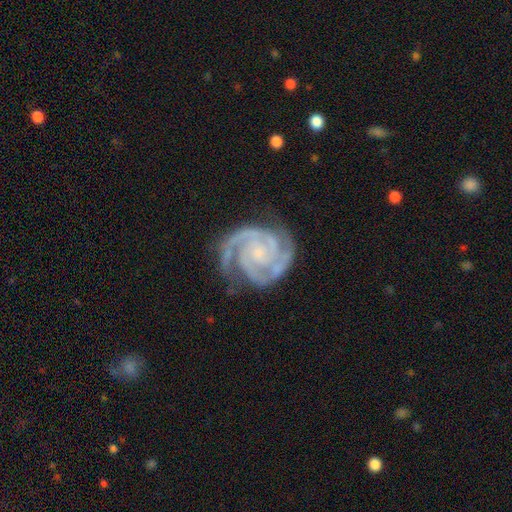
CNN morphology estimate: Overall: featured or disk (92%). Edge-on disk: no (98%). Bar: no (66%). Spiral arms: yes (99%). Spiral arm count: 3 (42%; 2 38%). Spiral winding: tight (76%). Bulge size: small (73%). Merging: none (78%).